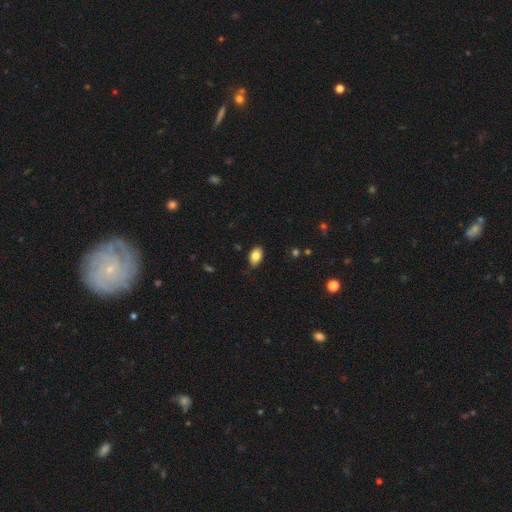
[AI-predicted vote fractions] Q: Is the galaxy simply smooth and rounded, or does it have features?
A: smooth — 83%.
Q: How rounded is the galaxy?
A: in between — 89%.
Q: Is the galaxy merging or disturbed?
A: none — 79%.